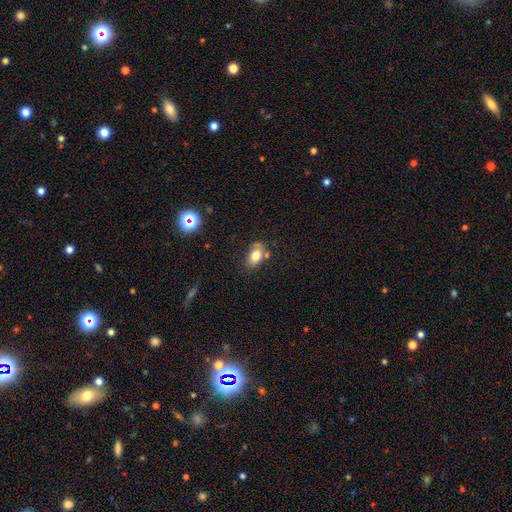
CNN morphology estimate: smooth_or_featured: smooth (p=0.76) [alt: featured or disk p=0.14]
how_rounded: in between (p=0.86) [alt: round p=0.11]
merging: none (p=0.59) [alt: minor disturbance p=0.22]